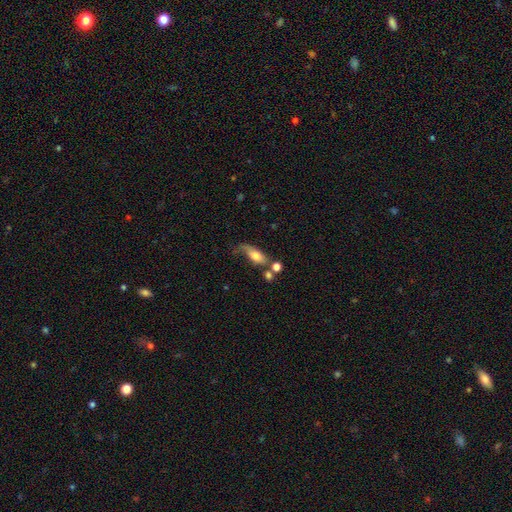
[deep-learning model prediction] This is likely a smooth galaxy (63%). How rounded: likely in between (72%). Merging: marginally none (36%).